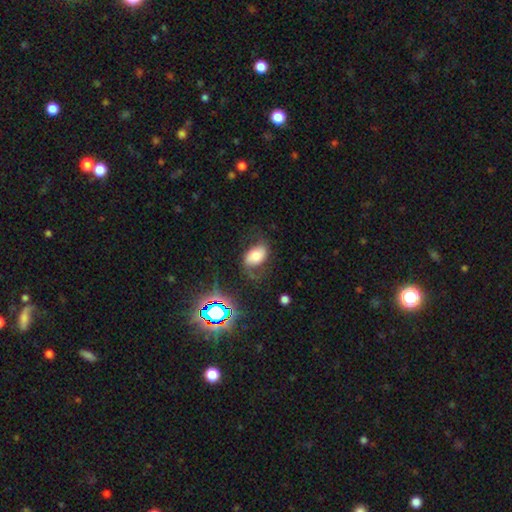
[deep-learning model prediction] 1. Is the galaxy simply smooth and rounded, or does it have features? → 51% smooth, 35% featured or disk, 14% star or artifact.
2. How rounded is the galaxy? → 85% in between, 13% round, 2% cigar-shaped.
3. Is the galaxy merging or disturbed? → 58% none, 23% minor disturbance, 16% major disturbance, 2% merger.